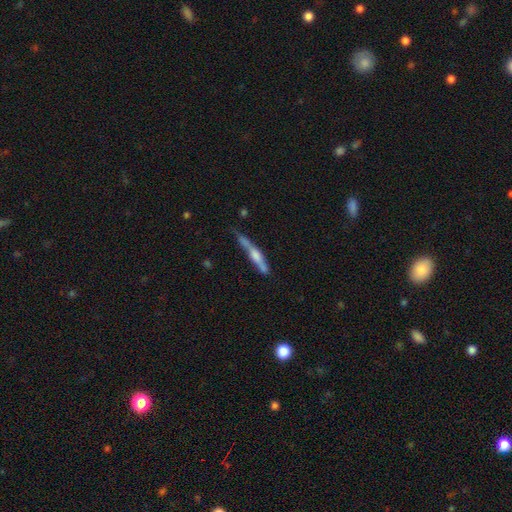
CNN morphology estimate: A featured or disk galaxy (58%) viewed edge-on (90%) with a rounded central bulge (56%).

Vote fractions:
- Smooth or featured? featured or disk: 58% / smooth: 35% / star or artifact: 7%
- Edge-on disk? yes: 90% / no: 10%
- Edge-on bulge? rounded: 56% / boxy: 27% / none: 17%
- Merging? none: 56% / minor disturbance: 26% / major disturbance: 10% / merger: 8%